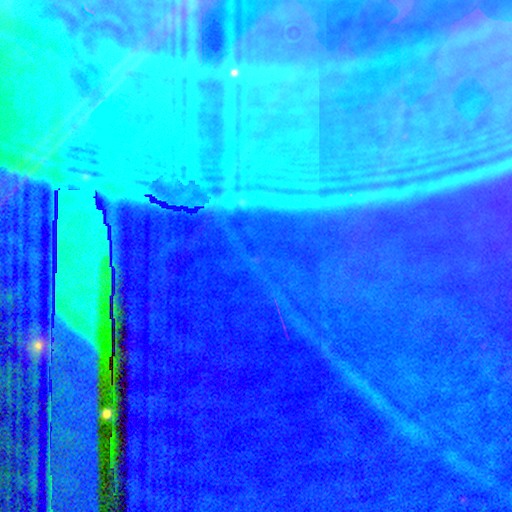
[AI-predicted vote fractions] Smooth or featured?
  - star or artifact: 86% *
  - featured or disk: 8%
  - smooth: 7%